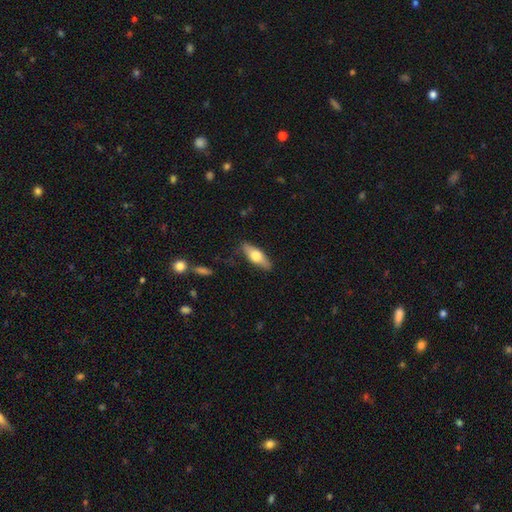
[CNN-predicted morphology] Q: Smooth or featured?
A: smooth (54%); runner-up: featured or disk (40%)
Q: How rounded?
A: in between (59%); runner-up: cigar-shaped (38%)
Q: Merging?
A: none (84%); runner-up: minor disturbance (12%)